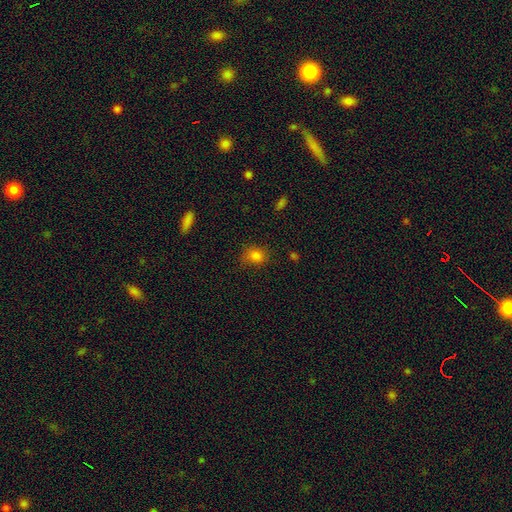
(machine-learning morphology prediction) Q: Smooth or featured?
A: smooth (81%); runner-up: star or artifact (13%)
Q: How rounded?
A: round (53%); runner-up: in between (46%)
Q: Merging?
A: none (72%); runner-up: minor disturbance (20%)